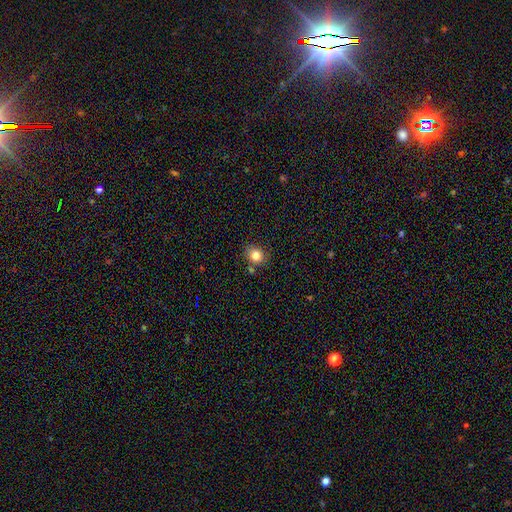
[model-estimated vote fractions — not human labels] Morphology: type=smooth (81%); roundness=round (68%); merging=none (76%).